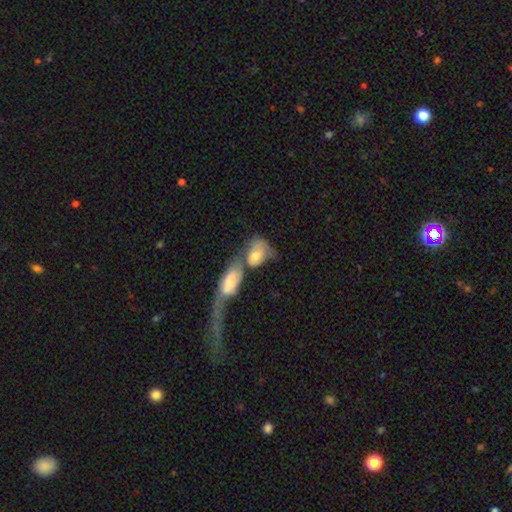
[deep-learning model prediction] A smooth galaxy with no disk features (61%) that is in between round and cigar-shaped (83%).

Vote fractions:
- Smooth or featured? smooth: 61% / featured or disk: 33% / star or artifact: 6%
- How rounded? in between: 83% / round: 13% / cigar-shaped: 5%
- Merging? merger: 63% / none: 14% / major disturbance: 12% / minor disturbance: 10%